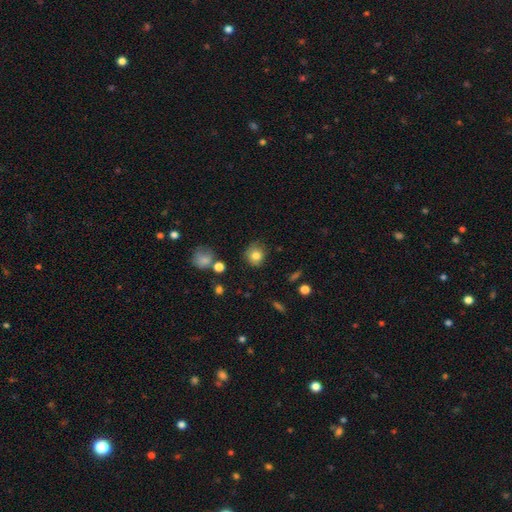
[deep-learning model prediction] Smooth or featured: smooth — 81% (star or artifact — 11%)
How rounded: round — 84% (in between — 15%)
Merging: none — 75% (minor disturbance — 18%)